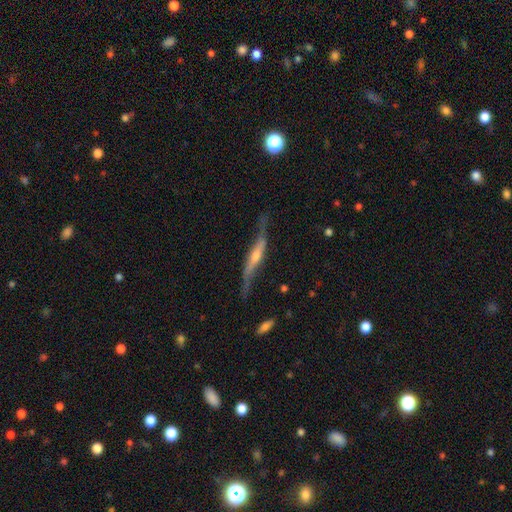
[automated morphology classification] Smooth or featured?
  - featured or disk: 78% *
  - smooth: 16%
  - star or artifact: 6%
Edge-on disk?
  - yes: 71% *
  - no: 29%
Edge-on bulge?
  - rounded: 68% *
  - boxy: 17%
  - none: 15%
Merging?
  - none: 56% *
  - minor disturbance: 25%
  - major disturbance: 15%
  - merger: 3%